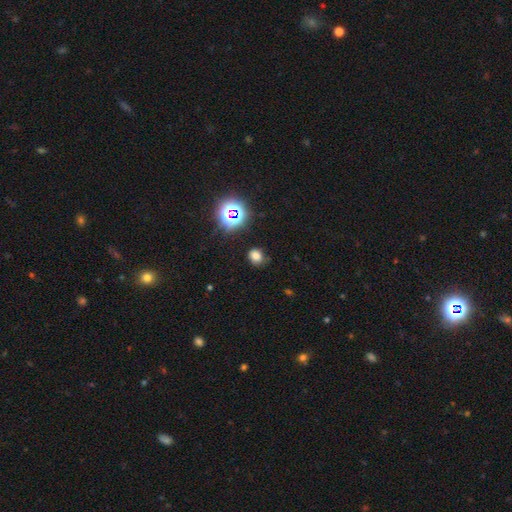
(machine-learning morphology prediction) Smooth or featured? smooth (72%)
How rounded? round (61%)
Merging? none (79%)